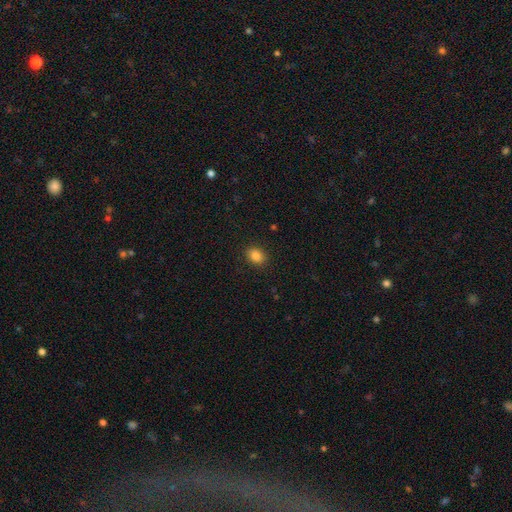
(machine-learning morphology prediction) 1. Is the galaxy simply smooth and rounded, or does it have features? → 86% smooth, 10% star or artifact, 4% featured or disk.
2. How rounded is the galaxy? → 65% in between, 34% round, 1% cigar-shaped.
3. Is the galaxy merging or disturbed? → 89% none, 8% minor disturbance, 2% major disturbance, 1% merger.